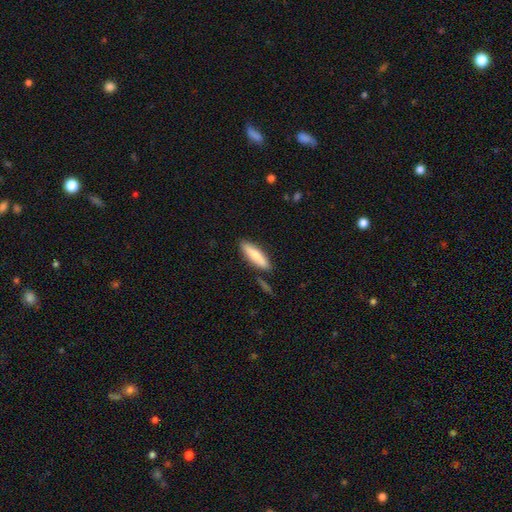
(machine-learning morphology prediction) Smooth or featured: smooth — 79% (featured or disk — 15%)
How rounded: cigar-shaped — 65% (in between — 33%)
Merging: none — 83% (minor disturbance — 11%)